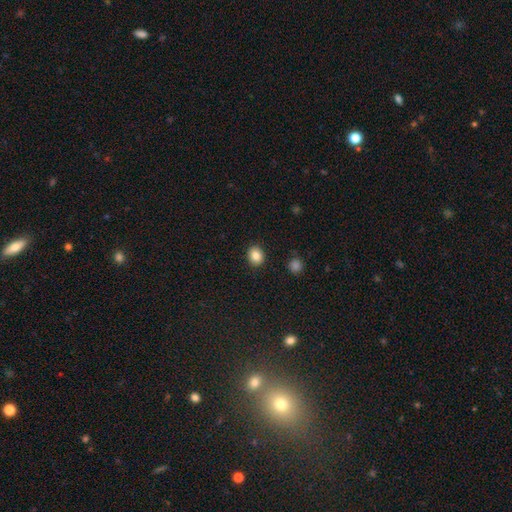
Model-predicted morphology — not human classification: Overall: smooth (85%). How rounded: round (65%; in between 34%). Merging: none (90%).